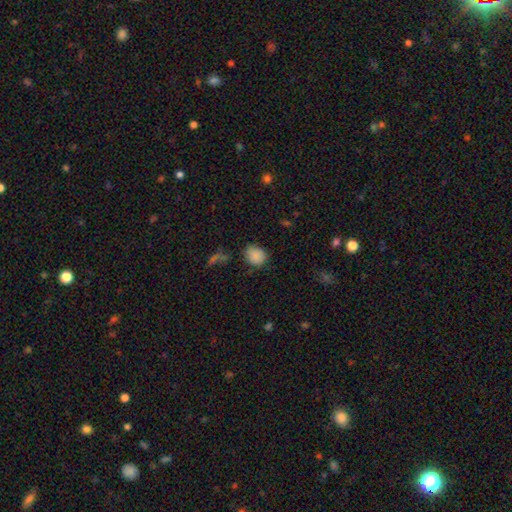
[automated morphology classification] Q: Smooth or featured?
A: smooth (86%); runner-up: star or artifact (10%)
Q: How rounded?
A: round (56%); runner-up: in between (43%)
Q: Merging?
A: none (74%); runner-up: minor disturbance (19%)